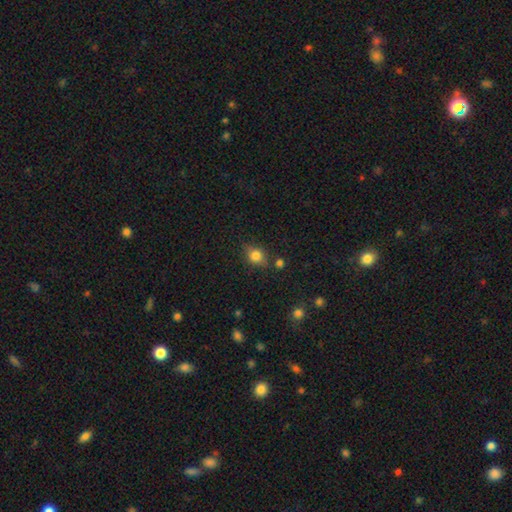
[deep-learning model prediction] A smooth galaxy with no disk features (79%) that is round (59%). Merging: none (72%).